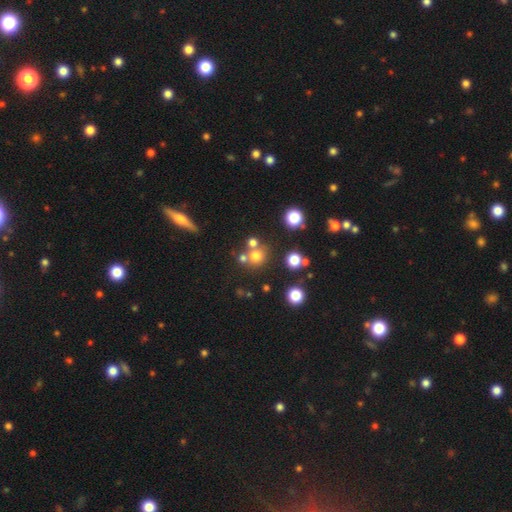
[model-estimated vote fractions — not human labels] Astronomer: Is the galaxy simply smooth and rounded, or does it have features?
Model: smooth — 69%.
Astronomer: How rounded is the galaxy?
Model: round — 90%.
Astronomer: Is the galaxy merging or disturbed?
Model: none — 64%.